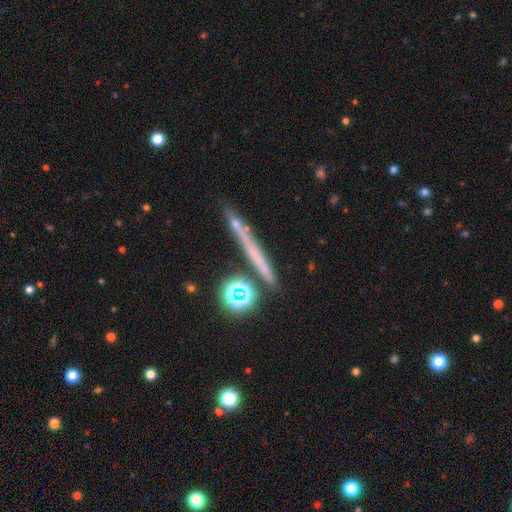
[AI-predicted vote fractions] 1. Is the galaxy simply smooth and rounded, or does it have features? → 41% featured or disk (tied), 41% smooth (tied), 18% star or artifact.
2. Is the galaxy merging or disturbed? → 77% none, 12% minor disturbance, 7% merger, 4% major disturbance.